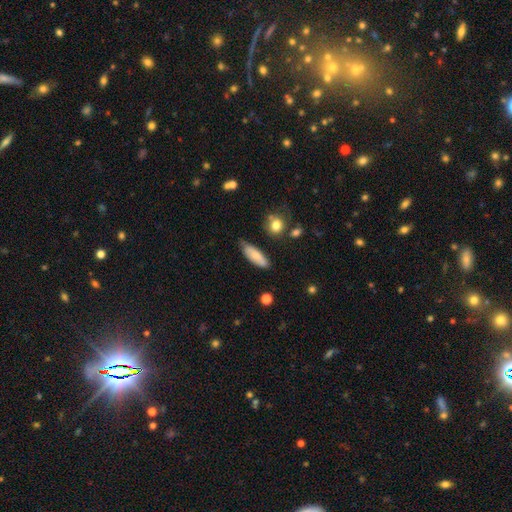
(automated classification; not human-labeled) Morphology: type=smooth (77%); roundness=in between (58%); merging=none (70%).